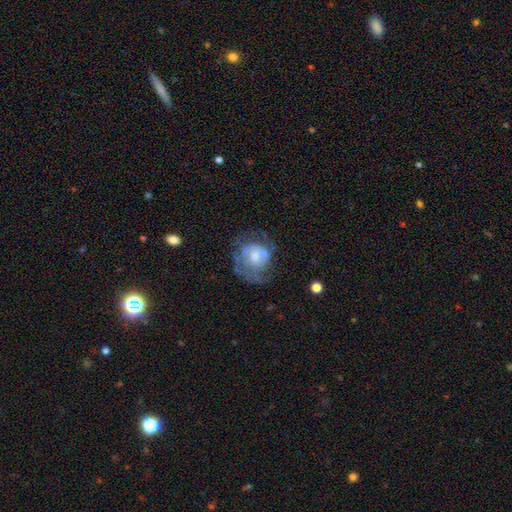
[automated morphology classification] smooth-or-featured: featured or disk: 64% | smooth: 29% | star or artifact: 8%
  disk-edge-on: no: 98% | yes: 2%
    bar: no: 73% | weak: 24% | strong: 4%
    has-spiral-arms: yes: 61% | no: 39%
    bulge-size: moderate: 57% | small: 29% | large: 8% | none: 5% | dominant: 1%
  merging: none: 44% | major disturbance: 25% | minor disturbance: 24% | merger: 7%